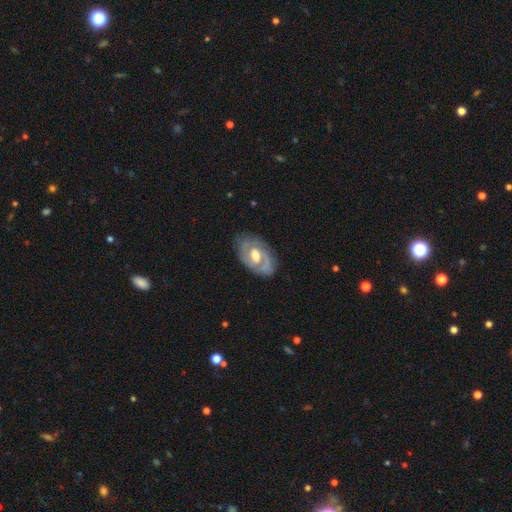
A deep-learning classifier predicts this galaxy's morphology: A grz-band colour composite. It shows a featured or disk galaxy (79%) with a weak bar (46%), 2 (68%) tight (52%) spiral arms (82%) and a moderate central bulge (68%). Merging: none (76%).